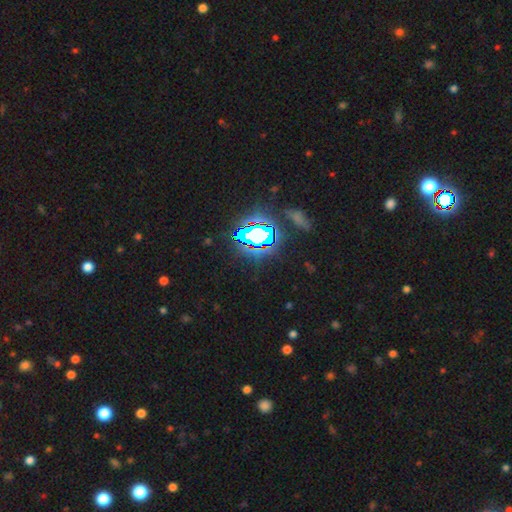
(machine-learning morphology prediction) Smooth or featured: star or artifact — 82% (smooth — 11%)